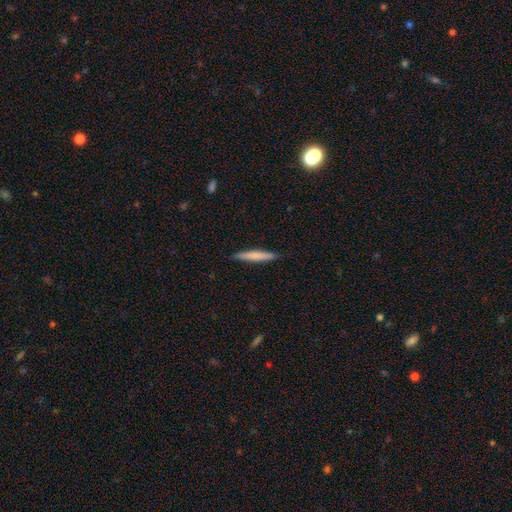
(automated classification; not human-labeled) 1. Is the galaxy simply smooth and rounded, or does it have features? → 71% smooth, 24% featured or disk, 5% star or artifact.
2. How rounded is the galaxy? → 95% cigar-shaped, 4% in between, 1% round.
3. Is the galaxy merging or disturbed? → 90% none, 7% minor disturbance, 1% major disturbance, 1% merger.